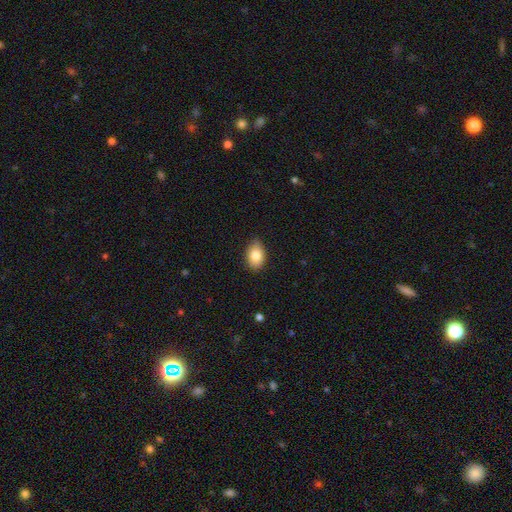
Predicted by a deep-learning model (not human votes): Smooth or featured? smooth (82%)
How rounded? in between (84%)
Merging? none (81%)